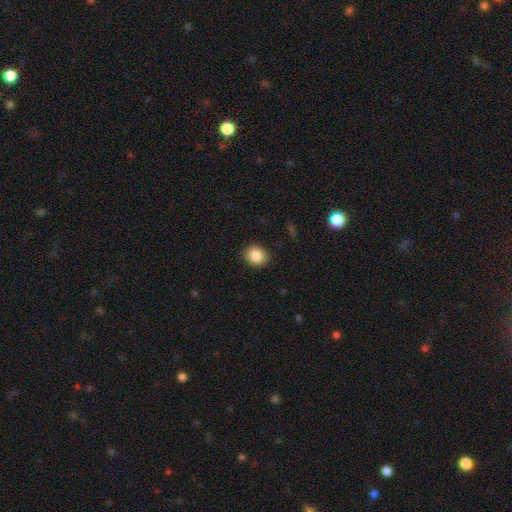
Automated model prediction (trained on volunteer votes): Smooth or featured? Predicted: smooth (p=0.86). How rounded? Predicted: round (p=0.63). Merging? Predicted: none (p=0.88).